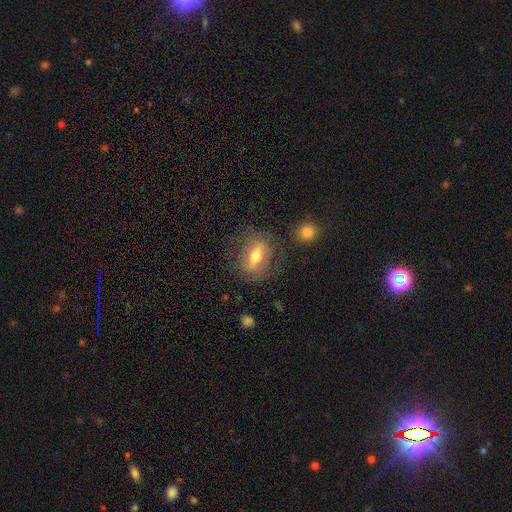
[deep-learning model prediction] Q: Smooth or featured?
A: smooth (50%); runner-up: featured or disk (42%)
Q: How rounded?
A: in between (71%); runner-up: round (19%)
Q: Merging?
A: none (72%); runner-up: minor disturbance (17%)